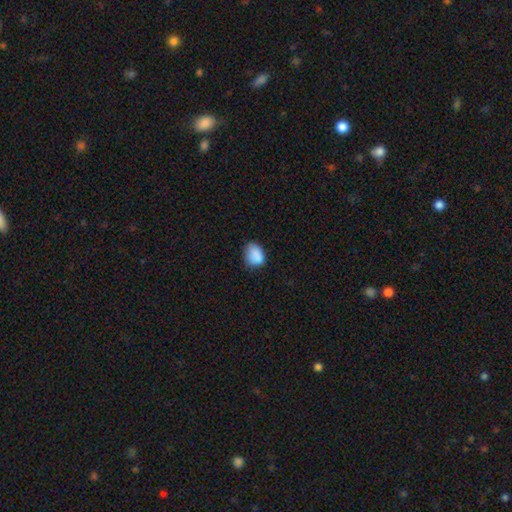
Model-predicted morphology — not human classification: Smooth or featured?
  - smooth: 86% *
  - star or artifact: 9%
  - featured or disk: 5%
How rounded?
  - in between: 65% *
  - round: 33%
  - cigar-shaped: 1%
Merging?
  - none: 62% *
  - minor disturbance: 29%
  - major disturbance: 6%
  - merger: 2%